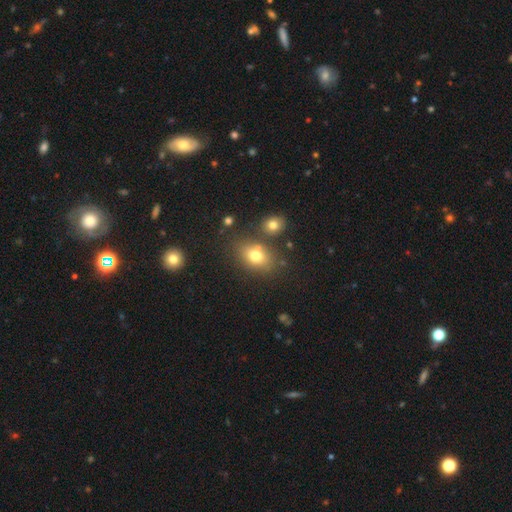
Smooth or featured? 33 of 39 (85%) said smooth. How rounded? 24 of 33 (73%) said in between. Merging? 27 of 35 (77%) said none.